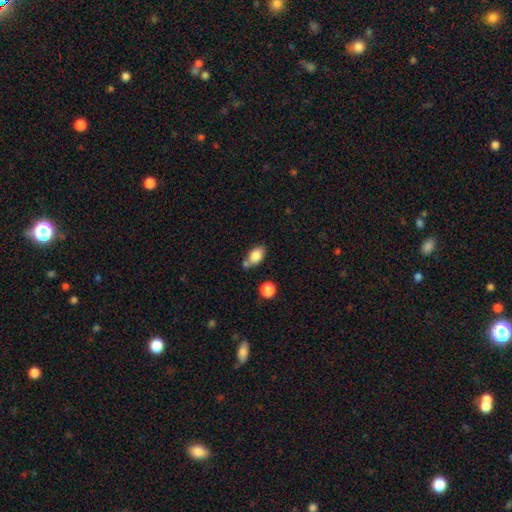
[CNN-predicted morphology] This is clearly a smooth galaxy (82%). How rounded: clearly in between (83%). Merging: possibly none (56%).